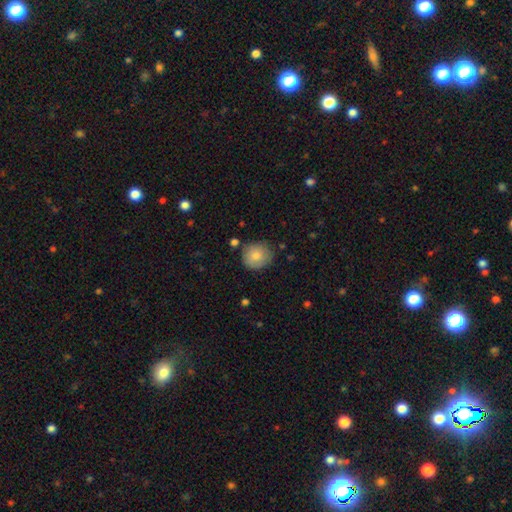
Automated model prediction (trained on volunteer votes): This is clearly a smooth galaxy (82%). How rounded: clearly round (87%). Merging: likely none (77%).